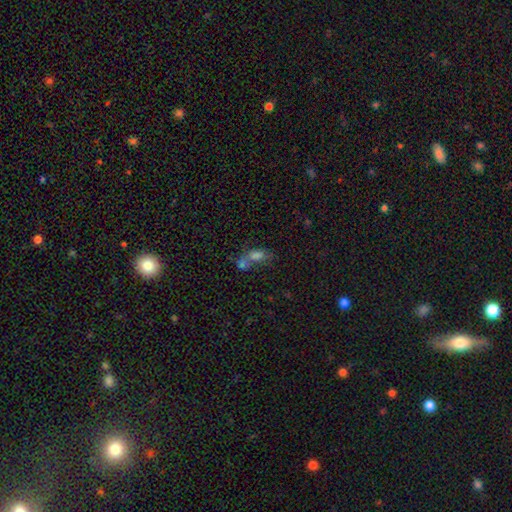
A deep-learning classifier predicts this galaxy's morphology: This appears to be a smooth galaxy with no disk features (67%) that is in between round and cigar-shaped (79%). Merging: merger (61%).